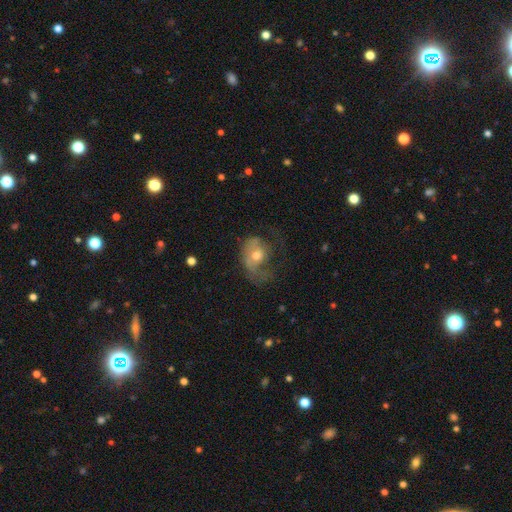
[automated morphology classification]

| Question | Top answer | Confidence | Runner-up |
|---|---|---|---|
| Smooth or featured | featured or disk | 56% | smooth (35%) |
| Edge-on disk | no | 96% | yes (4%) |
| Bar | no | 77% | weak (19%) |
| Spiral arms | yes | 69% | no (31%) |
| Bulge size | moderate | 63% | small (29%) |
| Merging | major disturbance | 43% | none (33%) |